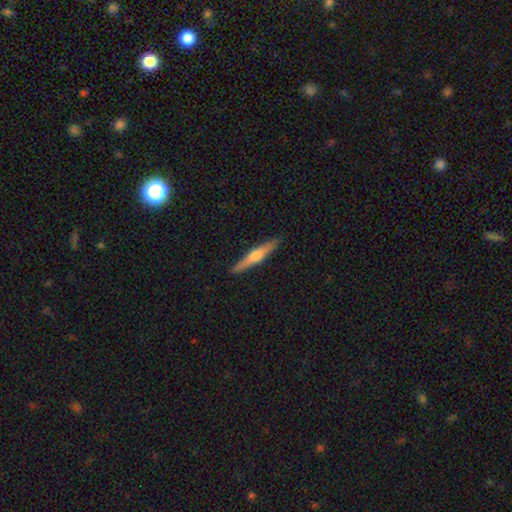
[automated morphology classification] featured or disk 59%, smooth 36%, star or artifact 5%. Down the decision tree: edge-on disk — yes (97%); edge-on bulge — rounded (89%); merging — none (91%).